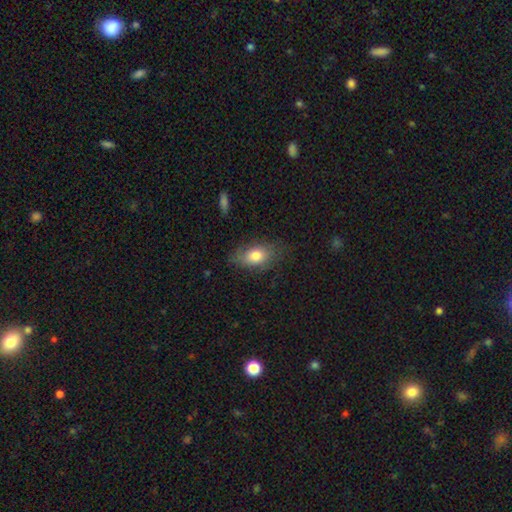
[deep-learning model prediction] smooth_or_featured: smooth (p=0.76) [alt: featured or disk p=0.16]
how_rounded: in between (p=0.85) [alt: round p=0.11]
merging: none (p=0.71) [alt: minor disturbance p=0.21]